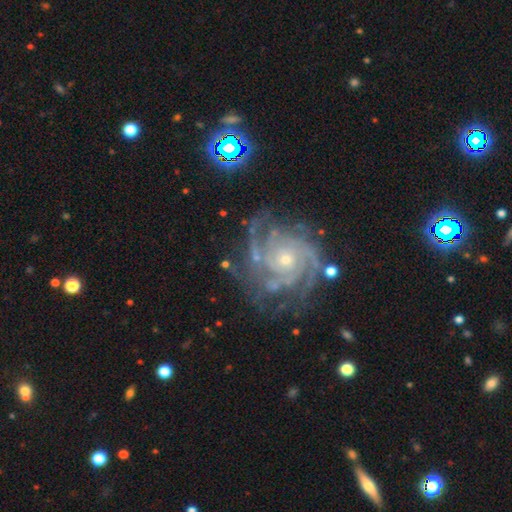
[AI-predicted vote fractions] Overall: featured or disk (89%). Edge-on disk: no (98%). Bar: no (76%). Spiral arms: yes (98%). Spiral arm count: 4 (24%; 3 23%). Spiral winding: tight (68%; medium 28%). Bulge size: small (73%). Merging: none (74%).